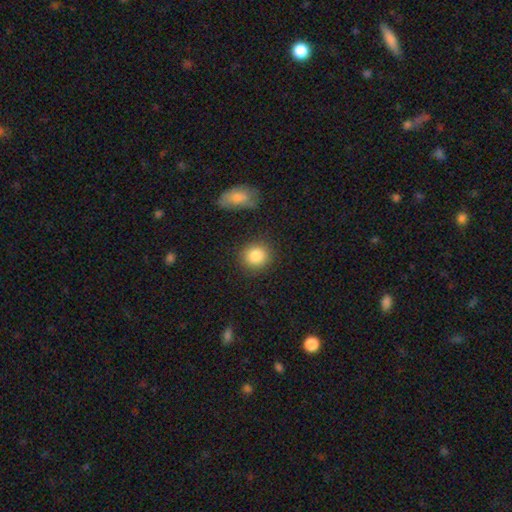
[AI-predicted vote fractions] Smooth or featured? smooth (86%)
How rounded? round (84%)
Merging? none (85%)